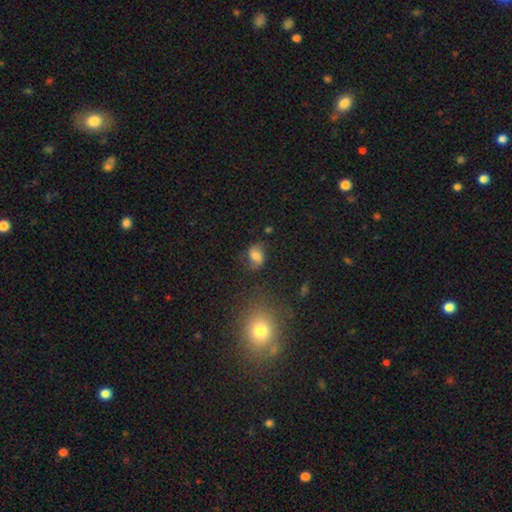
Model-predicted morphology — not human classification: A smooth galaxy with no disk features (62%) that is in between round and cigar-shaped (69%).

Vote fractions:
- Smooth or featured? smooth: 62% / featured or disk: 26% / star or artifact: 12%
- How rounded? in between: 69% / round: 29% / cigar-shaped: 2%
- Merging? none: 62% / minor disturbance: 24% / major disturbance: 10% / merger: 4%